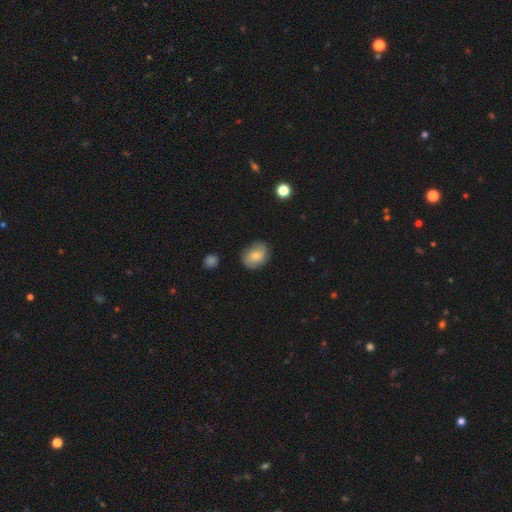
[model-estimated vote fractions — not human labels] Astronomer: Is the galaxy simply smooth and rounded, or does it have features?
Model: smooth — 69%.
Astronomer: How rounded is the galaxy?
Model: in between — 61% (runner-up: round, 38%).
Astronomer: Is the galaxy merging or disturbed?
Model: none — 79%.